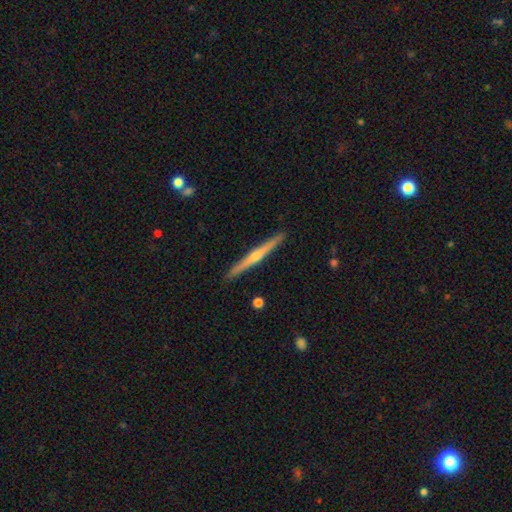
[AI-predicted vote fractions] Smooth or featured?
  - featured or disk: 74% *
  - smooth: 20%
  - star or artifact: 6%
Edge-on disk?
  - yes: 98% *
  - no: 2%
Edge-on bulge?
  - rounded: 82% *
  - none: 14%
  - boxy: 4%
Merging?
  - none: 91% *
  - minor disturbance: 6%
  - merger: 1%
  - major disturbance: 1%